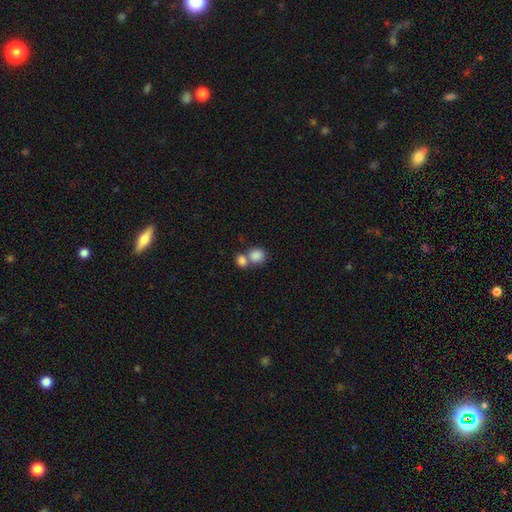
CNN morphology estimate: This appears to be a smooth galaxy with no disk features (85%) that is round (76%). Merging: merger (52%).